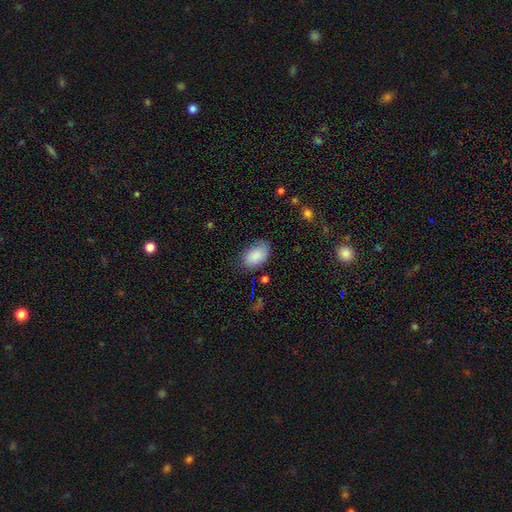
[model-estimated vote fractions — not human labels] Smooth or featured?
  - smooth: 86% *
  - featured or disk: 7%
  - star or artifact: 7%
How rounded?
  - in between: 92% *
  - round: 7%
  - cigar-shaped: 1%
Merging?
  - none: 69% *
  - minor disturbance: 23%
  - major disturbance: 6%
  - merger: 2%